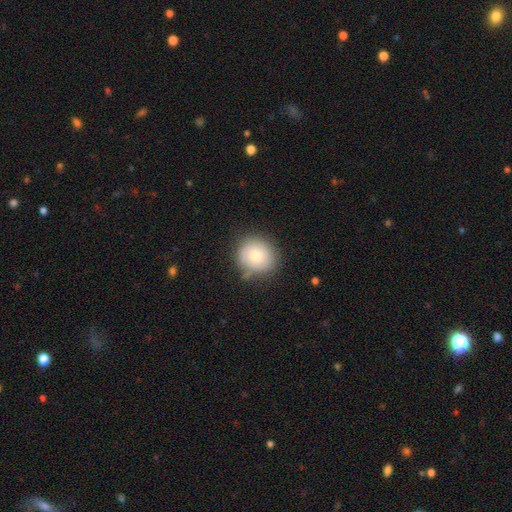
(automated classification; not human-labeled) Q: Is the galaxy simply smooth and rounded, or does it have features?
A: smooth — 74%.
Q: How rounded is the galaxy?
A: round — 83%.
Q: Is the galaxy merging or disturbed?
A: none — 74%.